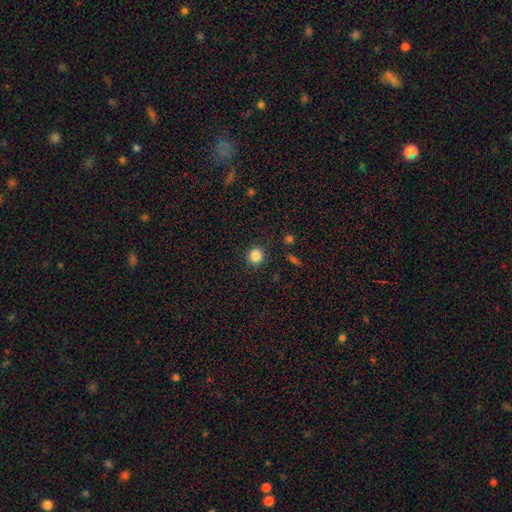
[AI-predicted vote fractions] The model was most divided on "smooth or featured": smooth: 85%, star or artifact: 11%, featured or disk: 4%. More confident: how rounded — round (89%); merging — none (89%).